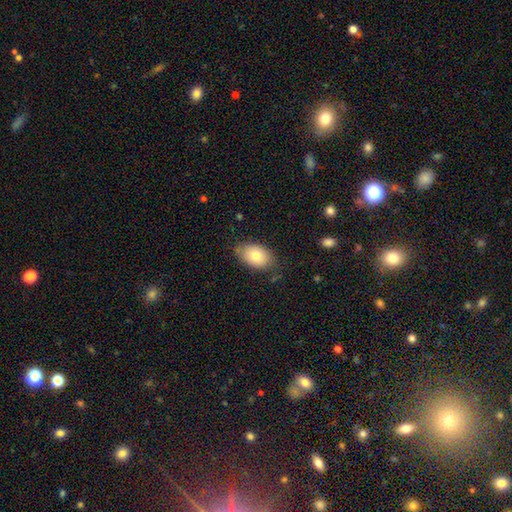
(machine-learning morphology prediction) Smooth or featured?
  - smooth: 78% *
  - featured or disk: 15%
  - star or artifact: 7%
How rounded?
  - in between: 90% *
  - round: 9%
  - cigar-shaped: 1%
Merging?
  - none: 76% *
  - minor disturbance: 19%
  - major disturbance: 4%
  - merger: 2%